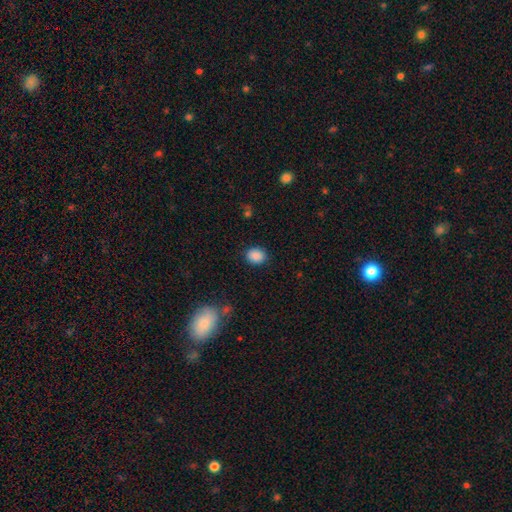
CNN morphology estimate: This is clearly a smooth galaxy (88%). How rounded: possibly round (59%). Merging: clearly none (87%).